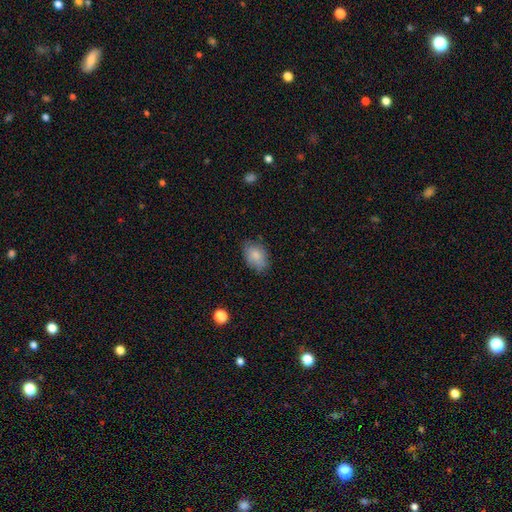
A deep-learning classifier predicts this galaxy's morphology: type=smooth (84%); roundness=in between (84%); merging=none (73%).